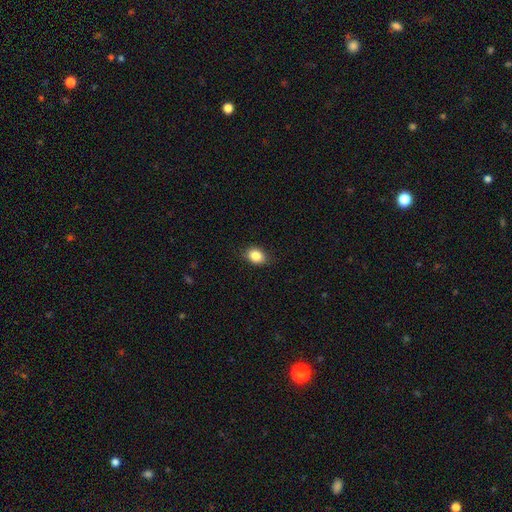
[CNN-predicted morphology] smooth-or-featured: smooth: 85% | star or artifact: 9% | featured or disk: 6%
  how-rounded: in between: 68% | round: 31% | cigar-shaped: 1%
  merging: none: 84% | minor disturbance: 12% | major disturbance: 3% | merger: 1%